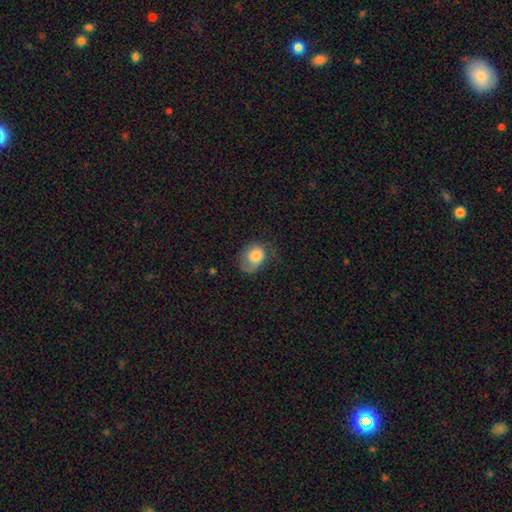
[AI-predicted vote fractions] smooth-or-featured: smooth: 68% | featured or disk: 25% | star or artifact: 8%
  how-rounded: in between: 58% | round: 41% | cigar-shaped: 1%
  merging: none: 44% | minor disturbance: 31% | major disturbance: 24% | merger: 2%